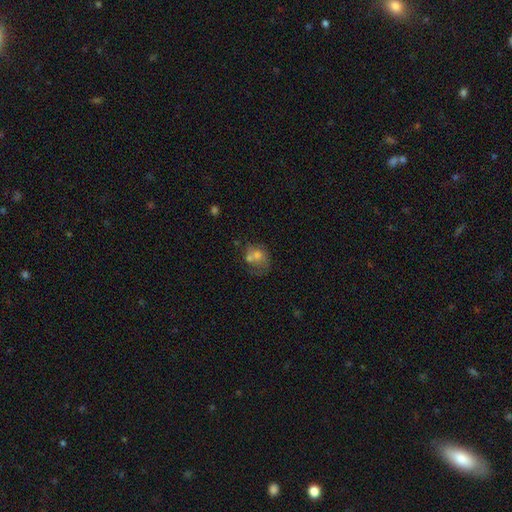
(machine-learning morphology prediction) Smooth or featured: smooth — 54% (featured or disk — 35%)
How rounded: round — 51% (in between — 48%)
Merging: merger — 36% (none — 27%)